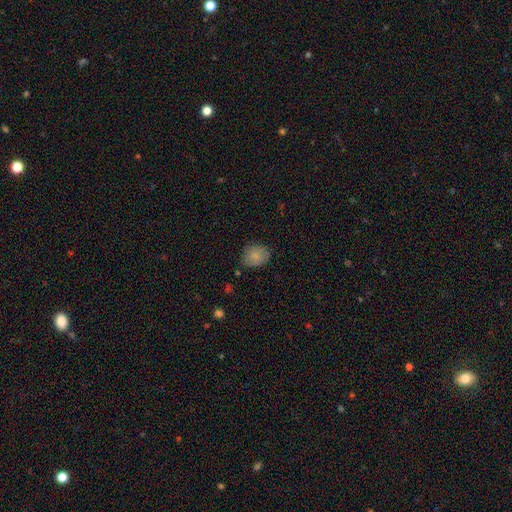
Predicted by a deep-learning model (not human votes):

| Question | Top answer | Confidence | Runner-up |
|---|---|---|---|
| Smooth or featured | smooth | 79% | featured or disk (13%) |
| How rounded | in between | 49% | tied: round (49%) |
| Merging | none | 71% | minor disturbance (22%) |